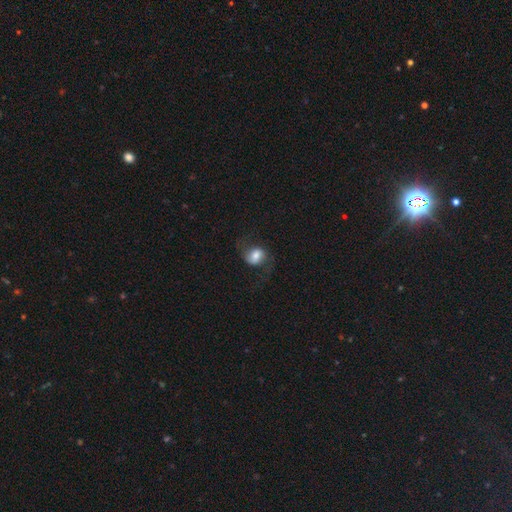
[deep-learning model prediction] Smooth or featured?
  - featured or disk: 50% *
  - smooth: 41%
  - star or artifact: 9%
Merging?
  - none: 64% *
  - minor disturbance: 18%
  - major disturbance: 17%
  - merger: 2%